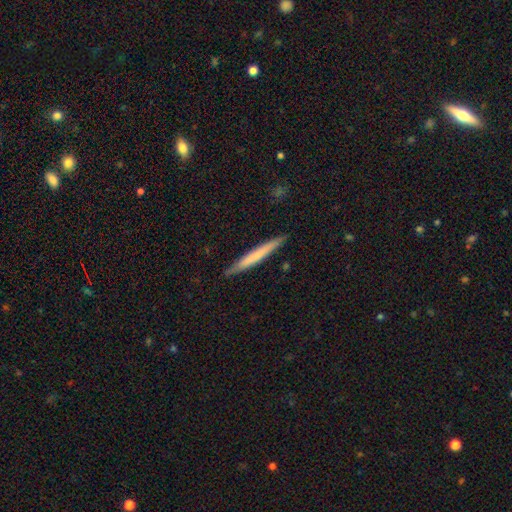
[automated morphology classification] Overall: smooth (61%; featured or disk 34%). How rounded: cigar-shaped (97%). Merging: none (89%).